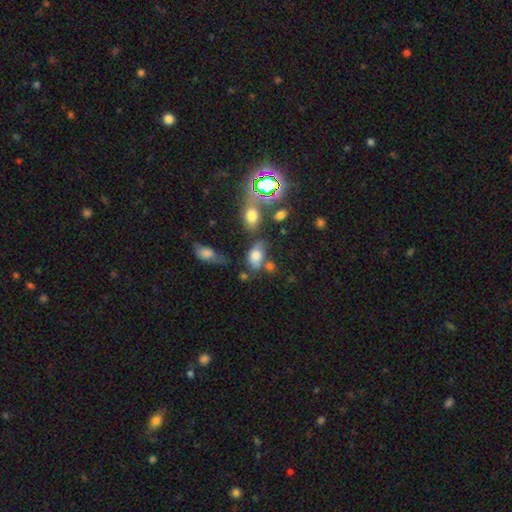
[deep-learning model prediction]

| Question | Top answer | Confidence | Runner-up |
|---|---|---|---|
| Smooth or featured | smooth | 69% | featured or disk (16%) |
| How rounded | in between | 84% | round (14%) |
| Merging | none | 42% | minor disturbance (23%) |